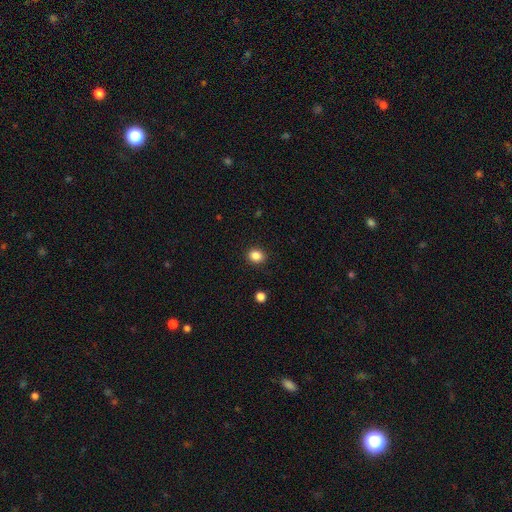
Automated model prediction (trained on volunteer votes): smooth 86%, star or artifact 11%, featured or disk 4%. Down the decision tree: how rounded — round (66%); merging — none (89%).